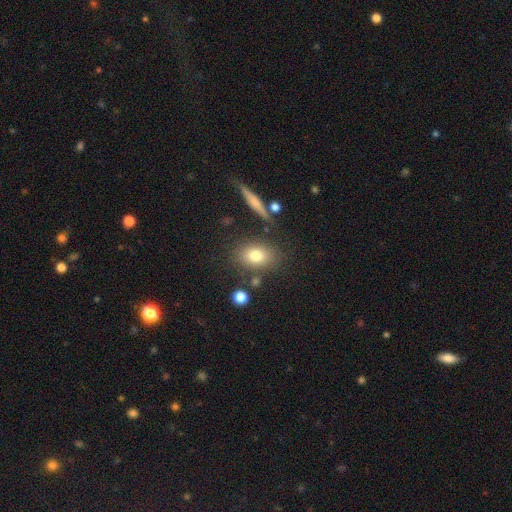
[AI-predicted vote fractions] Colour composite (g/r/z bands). It shows a smooth galaxy with no disk features (76%) that is in between round and cigar-shaped (70%). Merging: none (76%).